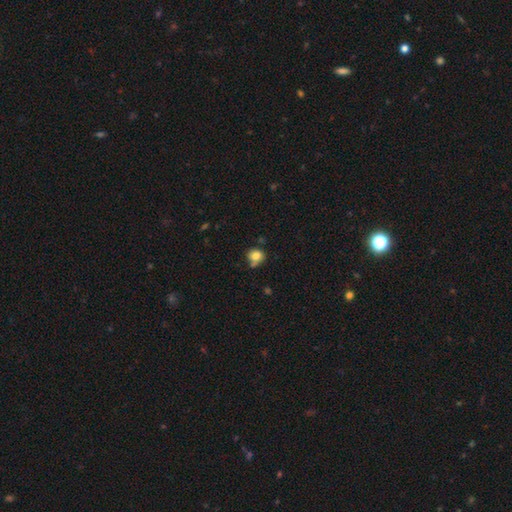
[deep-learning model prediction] Morphology: type=smooth (79%); roundness=round (72%); merging=none (58%).